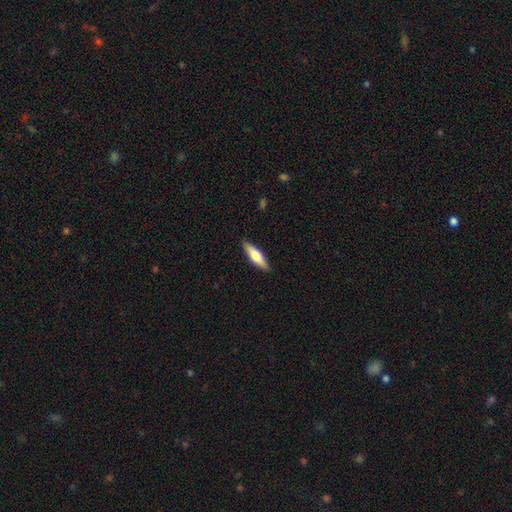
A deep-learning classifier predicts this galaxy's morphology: This appears to be a smooth galaxy with no disk features (58%) that is cigar-shaped (66%). Merging: none (89%).